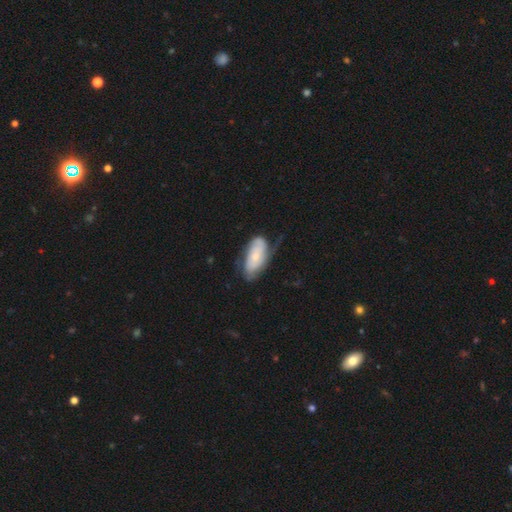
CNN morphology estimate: smooth_or_featured: featured or disk (p=0.55) [alt: smooth p=0.39]
disk_edge_on: no (p=0.92) [alt: yes p=0.08]
bar: no (p=0.75) [alt: weak p=0.19]
has_spiral_arms: yes (p=0.78) [alt: no p=0.22]
bulge_size: small (p=0.61) [alt: moderate p=0.31]
merging: none (p=0.50) [alt: minor disturbance p=0.30]